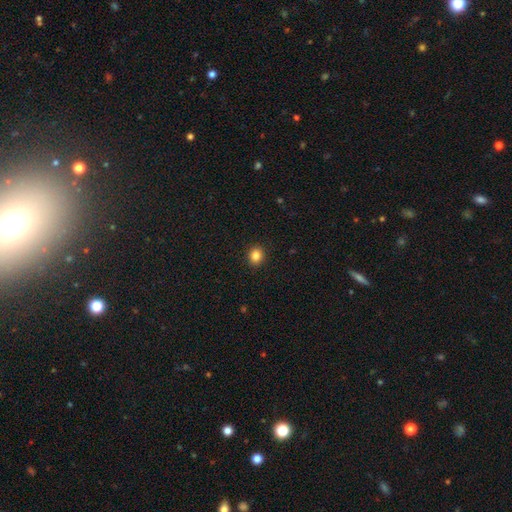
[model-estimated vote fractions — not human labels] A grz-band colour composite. It shows a smooth galaxy with no disk features (85%) that is round (78%). Merging: none (92%).